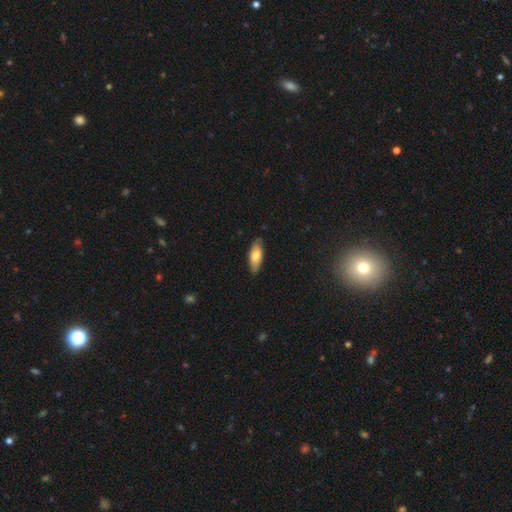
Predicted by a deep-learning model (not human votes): smooth_or_featured: smooth (p=0.70) [alt: featured or disk p=0.24]
how_rounded: in between (p=0.72) [alt: cigar-shaped p=0.26]
merging: none (p=0.82) [alt: minor disturbance p=0.15]